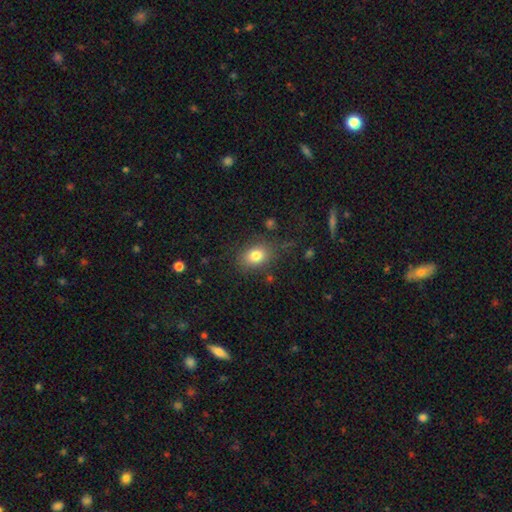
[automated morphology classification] Smooth or featured? smooth (80%)
How rounded? in between (67%)
Merging? none (77%)